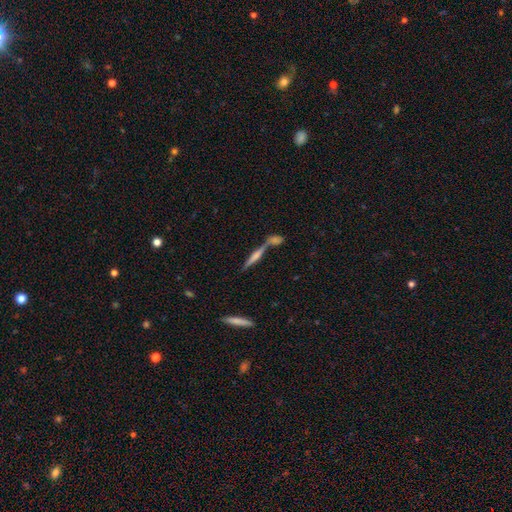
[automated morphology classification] A featured or disk galaxy (61%) viewed edge-on (91%) with a rounded central bulge (62%). Merging: none (52%).